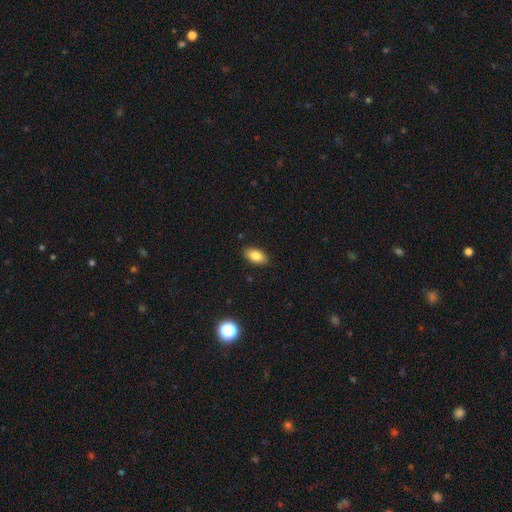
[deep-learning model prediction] A smooth galaxy with no disk features (83%) that is in between round and cigar-shaped (92%). Merging: none (89%).